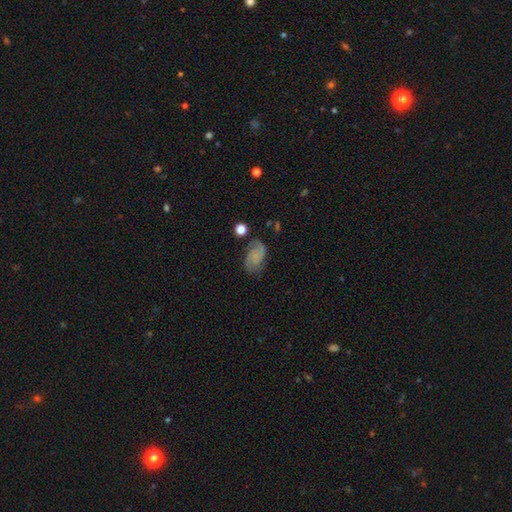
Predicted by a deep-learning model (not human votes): Q: Smooth or featured?
A: featured or disk (63%); runner-up: smooth (28%)
Q: Edge-on disk?
A: no (97%); runner-up: yes (3%)
Q: Bar?
A: no (69%); runner-up: weak (26%)
Q: Spiral arms?
A: yes (92%); runner-up: no (8%)
Q: Spiral winding?
A: medium (44%); runner-up: tight (33%)
Q: Spiral arm count?
A: 2 (77%); runner-up: can't tell (11%)
Q: Bulge size?
A: small (50%); runner-up: none (37%)
Q: Merging?
A: none (68%); runner-up: minor disturbance (20%)